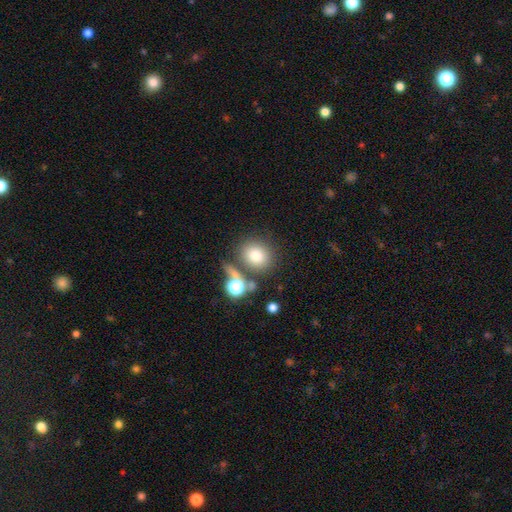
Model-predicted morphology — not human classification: The model was most divided on "merging": none: 68%, merger: 14%, minor disturbance: 11%, major disturbance: 6%. More confident: how rounded — round (79%); smooth or featured — smooth (77%).